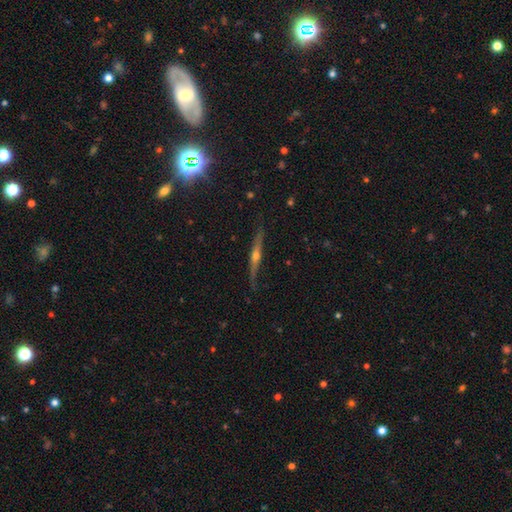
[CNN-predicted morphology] Smooth or featured? featured or disk (78%)
Edge-on disk? yes (97%)
Edge-on bulge? rounded (91%)
Merging? none (83%)